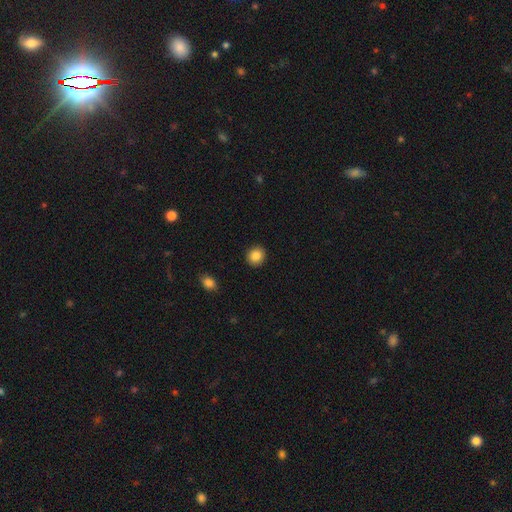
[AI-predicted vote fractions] This is clearly a smooth galaxy (86%). How rounded: clearly round (84%). Merging: clearly none (92%).